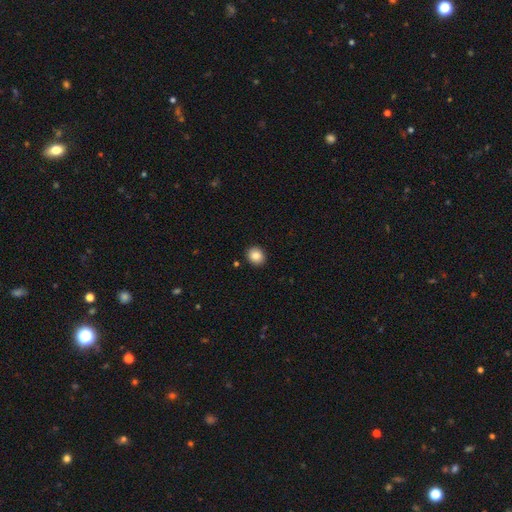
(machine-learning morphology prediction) Smooth or featured?
  - smooth: 85% *
  - star or artifact: 9%
  - featured or disk: 5%
How rounded?
  - round: 80% *
  - in between: 20%
  - cigar-shaped: 1%
Merging?
  - none: 91% *
  - minor disturbance: 6%
  - major disturbance: 2%
  - merger: 1%